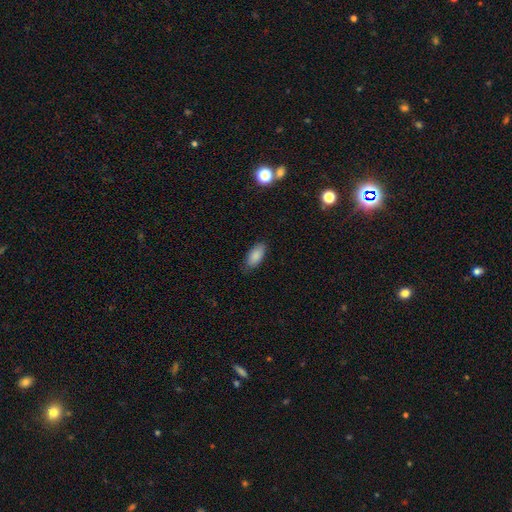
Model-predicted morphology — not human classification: This is clearly a smooth galaxy (87%). How rounded: clearly in between (90%). Merging: clearly none (81%).